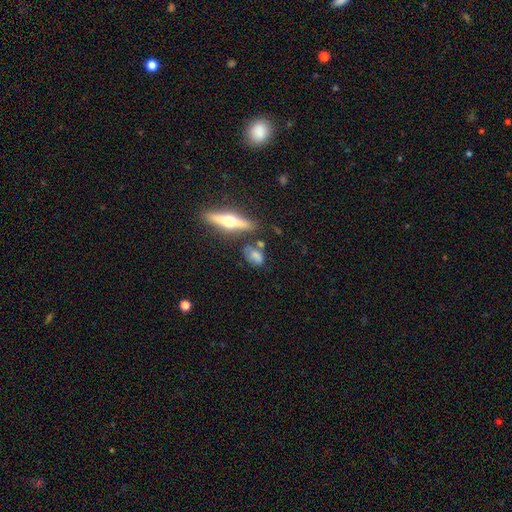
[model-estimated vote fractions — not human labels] This is possibly a smooth galaxy (59%). How rounded: likely in between (73%). Merging: possibly none (60%).